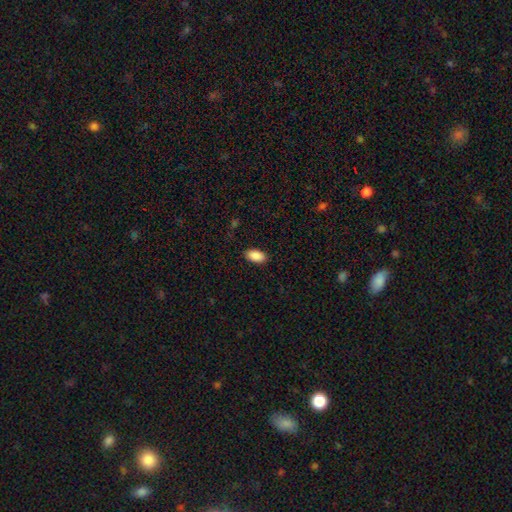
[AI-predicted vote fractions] smooth_or_featured: smooth (p=0.90) [alt: star or artifact p=0.07]
how_rounded: in between (p=0.95) [alt: round p=0.03]
merging: none (p=0.89) [alt: minor disturbance p=0.08]